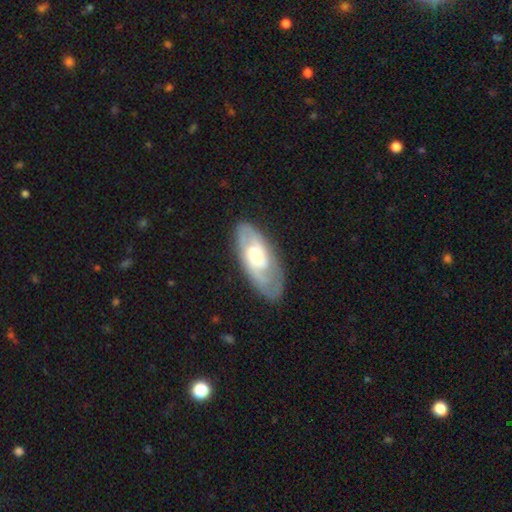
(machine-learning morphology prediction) Smooth or featured?
  - featured or disk: 69% *
  - smooth: 25%
  - star or artifact: 5%
Edge-on disk?
  - no: 89% *
  - yes: 11%
Bar?
  - no: 67% *
  - weak: 27%
  - strong: 7%
Spiral arms?
  - yes: 83% *
  - no: 17%
Spiral winding?
  - tight: 45% *
  - medium: 41%
  - loose: 14%
Spiral arm count?
  - 2: 66% *
  - can't tell: 22%
  - 1: 5%
  - 3: 4%
  - 4: 2%
  - more than 4: 2%
Bulge size?
  - moderate: 44% *
  - large: 28%
  - small: 21%
  - none: 4%
  - dominant: 3%
Merging?
  - none: 78% *
  - minor disturbance: 15%
  - major disturbance: 5%
  - merger: 1%